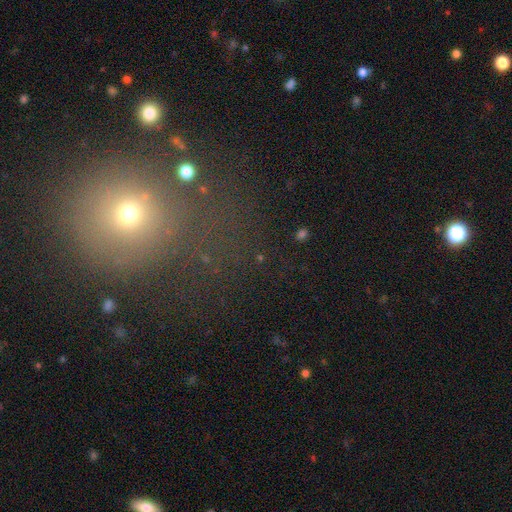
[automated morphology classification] This is possibly a star or artifact rather than a galaxy (49%).